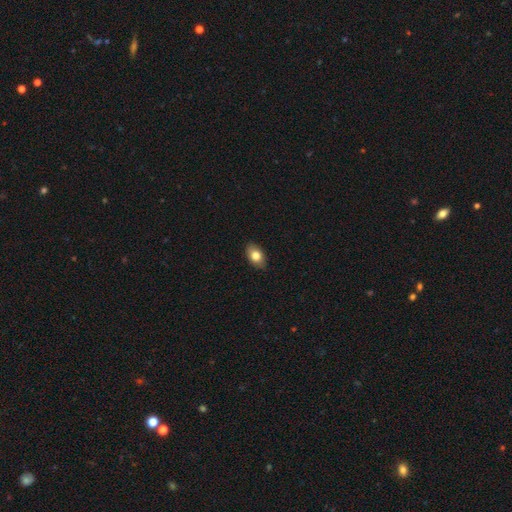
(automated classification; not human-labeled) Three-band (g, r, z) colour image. It shows a smooth galaxy with no disk features (79%) that is in between round and cigar-shaped (89%). Merging: none (87%).